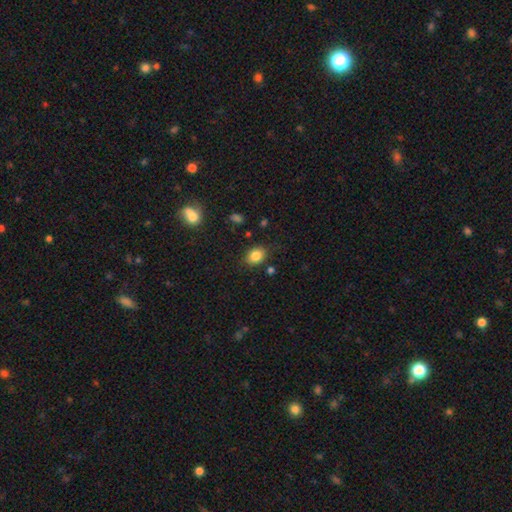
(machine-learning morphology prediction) smooth-or-featured: smooth: 83% | star or artifact: 10% | featured or disk: 6%
  how-rounded: in between: 62% | round: 37% | cigar-shaped: 1%
  merging: none: 80% | minor disturbance: 14% | major disturbance: 4% | merger: 3%